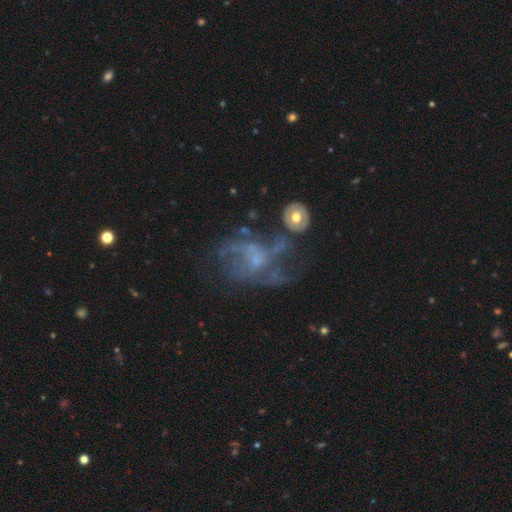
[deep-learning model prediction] Smooth or featured? featured or disk (68%)
Edge-on disk? no (97%)
Bar? no (63%)
Spiral arms? yes (69%)
Bulge size? small (56%)
Merging? none (36%)